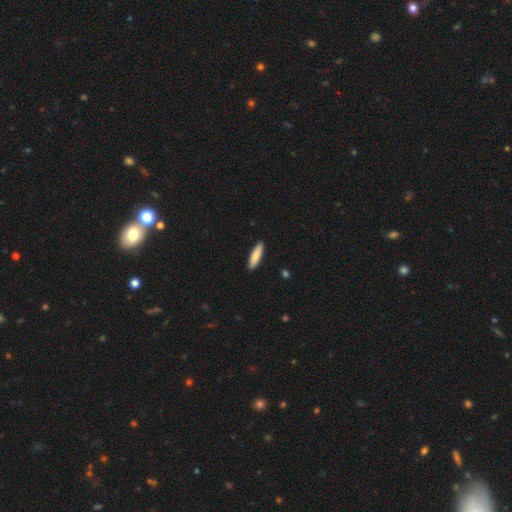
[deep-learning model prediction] A smooth galaxy with no disk features (86%) that is cigar-shaped (72%). Merging: none (90%).